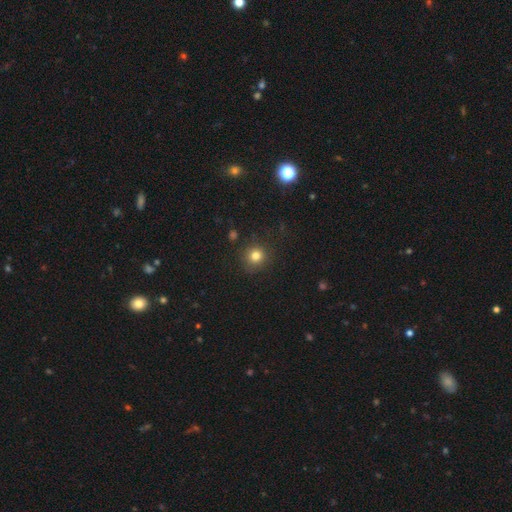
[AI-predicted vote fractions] Morphology: type=smooth (80%); roundness=round (92%); merging=none (87%).